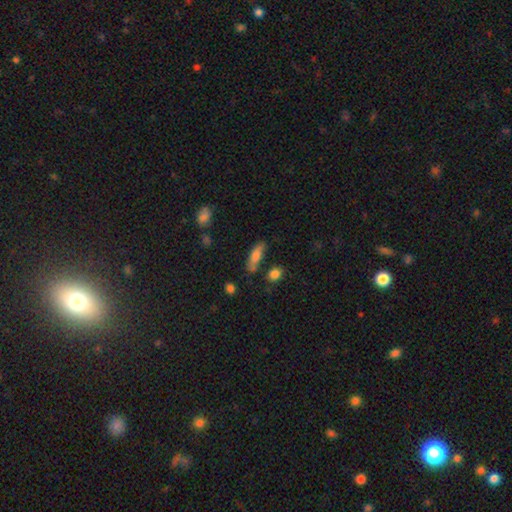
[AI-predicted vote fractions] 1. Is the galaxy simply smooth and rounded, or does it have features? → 75% smooth, 16% featured or disk, 9% star or artifact.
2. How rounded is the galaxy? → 51% cigar-shaped, 46% in between, 3% round.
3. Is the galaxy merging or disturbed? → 65% none, 21% minor disturbance, 8% merger, 6% major disturbance.